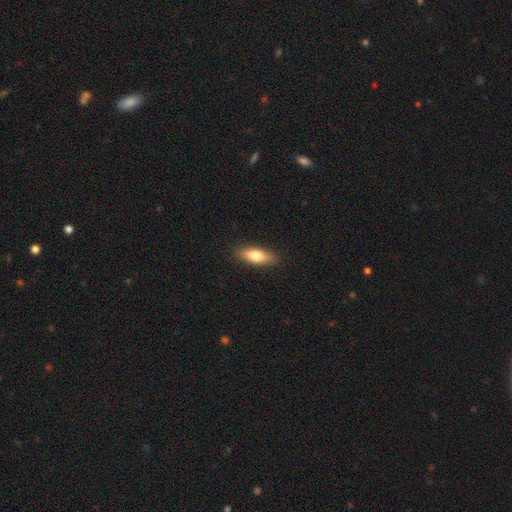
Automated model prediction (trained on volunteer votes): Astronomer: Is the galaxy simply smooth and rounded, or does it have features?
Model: smooth — 70%.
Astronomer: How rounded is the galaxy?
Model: in between — 59% (runner-up: cigar-shaped, 38%).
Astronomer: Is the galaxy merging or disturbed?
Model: none — 88%.